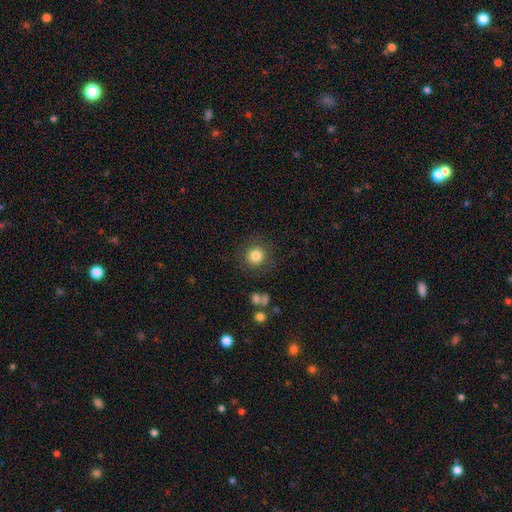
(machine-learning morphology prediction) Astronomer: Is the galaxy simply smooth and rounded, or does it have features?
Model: smooth — 82%.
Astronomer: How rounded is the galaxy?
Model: round — 92%.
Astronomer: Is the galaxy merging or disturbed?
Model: none — 84%.